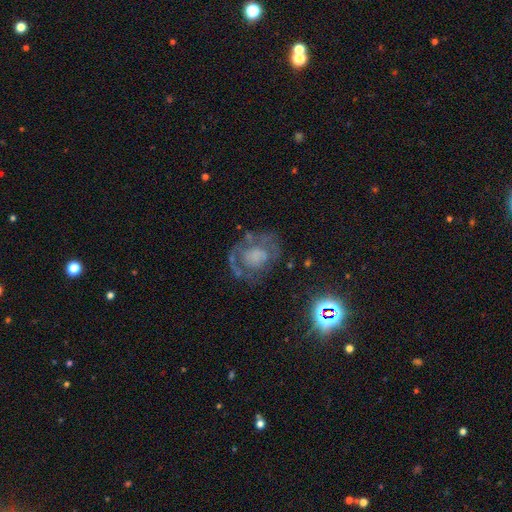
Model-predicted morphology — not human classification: This appears to be a featured or disk galaxy (63%) with no bar (85%), spiral arms (53%) and no central bulge (44%). Merging: none (55%).